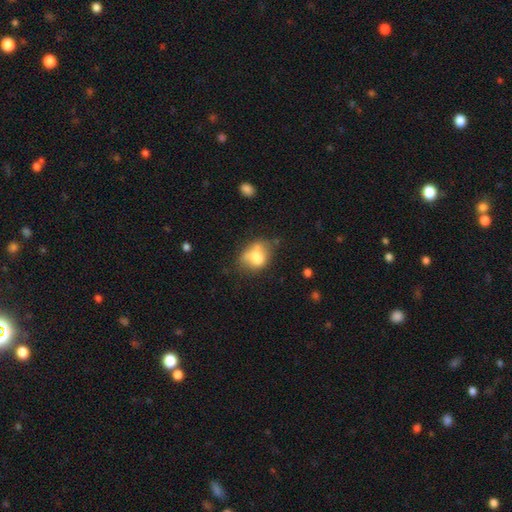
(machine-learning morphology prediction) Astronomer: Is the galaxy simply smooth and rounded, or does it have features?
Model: smooth — 61%.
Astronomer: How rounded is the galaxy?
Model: in between — 64%.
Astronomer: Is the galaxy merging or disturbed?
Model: none — 38% (runner-up: merger, 26%).